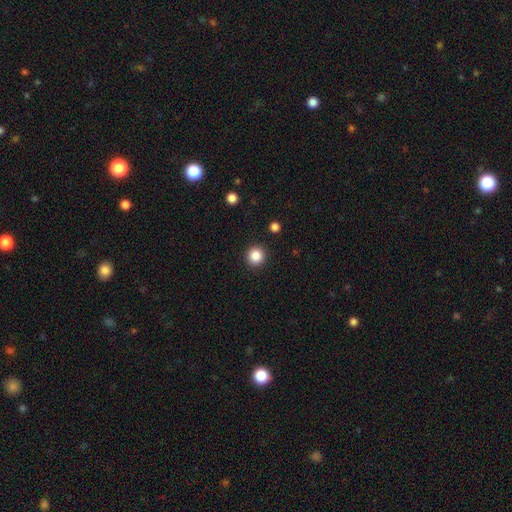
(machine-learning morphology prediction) This is clearly a smooth galaxy (86%). How rounded: clearly round (94%). Merging: clearly none (92%).